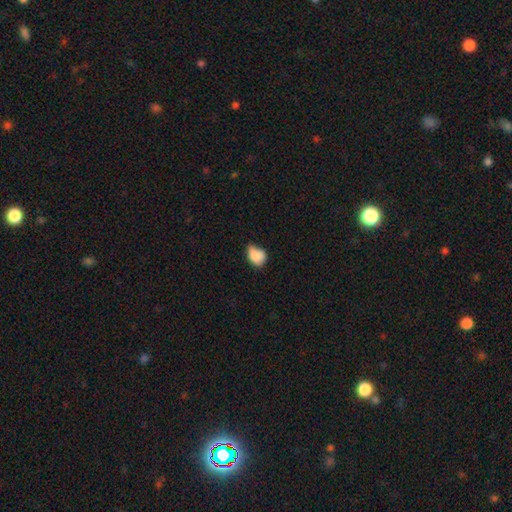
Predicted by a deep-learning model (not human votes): Smooth or featured? Predicted: smooth (p=0.79). How rounded? Predicted: in between (p=0.68). Merging? Predicted: minor disturbance (p=0.45).